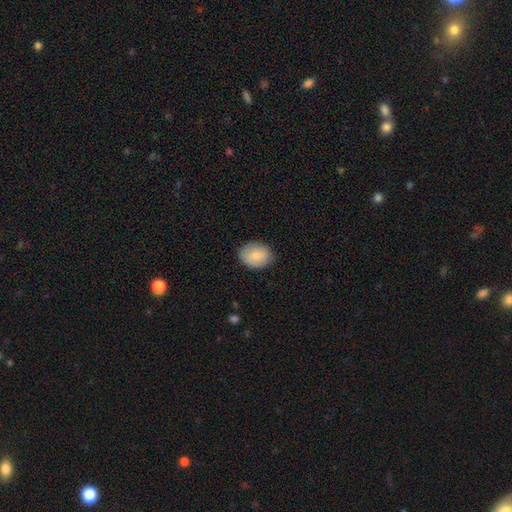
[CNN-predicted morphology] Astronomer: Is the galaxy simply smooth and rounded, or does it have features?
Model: smooth — 85%.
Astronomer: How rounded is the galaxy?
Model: in between — 57% (runner-up: round, 42%).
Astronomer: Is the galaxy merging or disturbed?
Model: none — 83%.